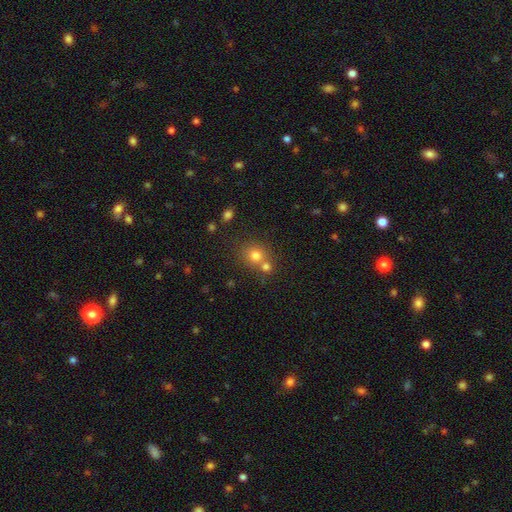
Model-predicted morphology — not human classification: This appears to be a smooth galaxy with no disk features (76%) that is round (82%). Merging: none (51%).